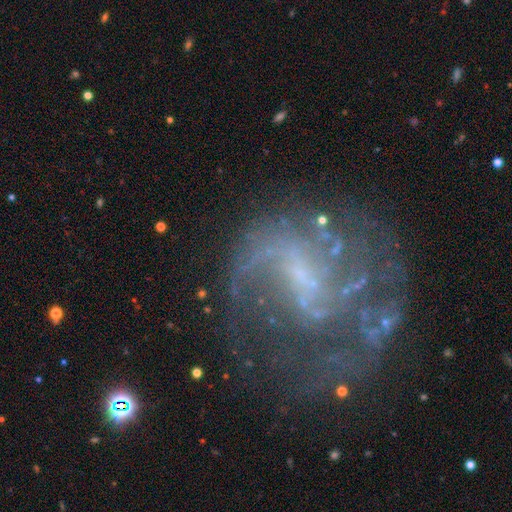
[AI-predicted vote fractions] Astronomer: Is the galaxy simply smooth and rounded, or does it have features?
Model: featured or disk — 82%.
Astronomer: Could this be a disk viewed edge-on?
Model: no — 98%.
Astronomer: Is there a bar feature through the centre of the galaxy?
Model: weak — 45% (runner-up: no, 35%).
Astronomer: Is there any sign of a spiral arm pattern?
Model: yes — 90%.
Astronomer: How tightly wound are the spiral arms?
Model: loose — 46% (runner-up: medium, 38%).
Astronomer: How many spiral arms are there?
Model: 2 — 36% (runner-up: can't tell, 20%).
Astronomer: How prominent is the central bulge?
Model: small — 49% (runner-up: none, 36%).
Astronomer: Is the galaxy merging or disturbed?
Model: none — 51%.